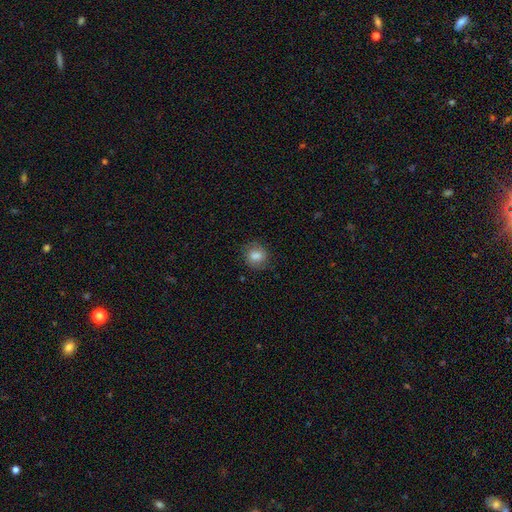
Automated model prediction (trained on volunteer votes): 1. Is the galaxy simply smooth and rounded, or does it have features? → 78% smooth, 13% featured or disk, 10% star or artifact.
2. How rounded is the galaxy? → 71% round, 28% in between, 1% cigar-shaped.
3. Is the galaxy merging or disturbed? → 79% none, 15% minor disturbance, 5% major disturbance, 1% merger.